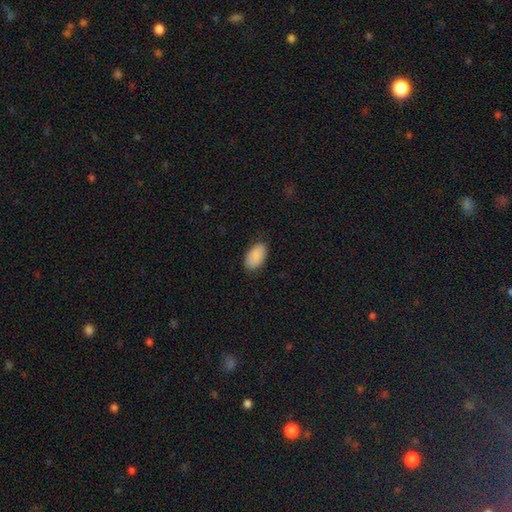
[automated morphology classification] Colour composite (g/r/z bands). It shows a smooth galaxy with no disk features (90%) that is in between round and cigar-shaped (95%). Merging: none (84%).